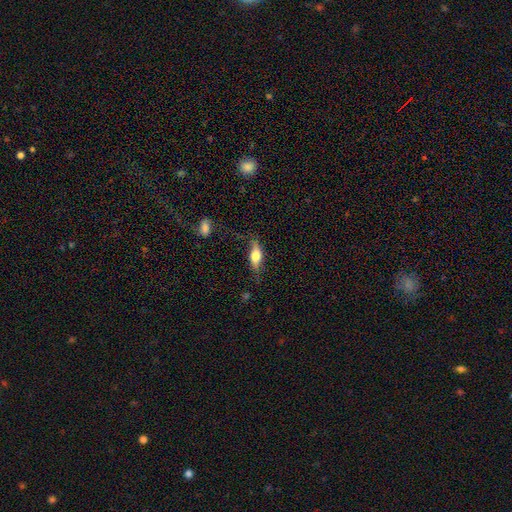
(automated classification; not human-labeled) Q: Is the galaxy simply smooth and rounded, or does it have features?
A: smooth — 56%.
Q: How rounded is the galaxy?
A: in between — 68%.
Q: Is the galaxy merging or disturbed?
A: none — 61%.